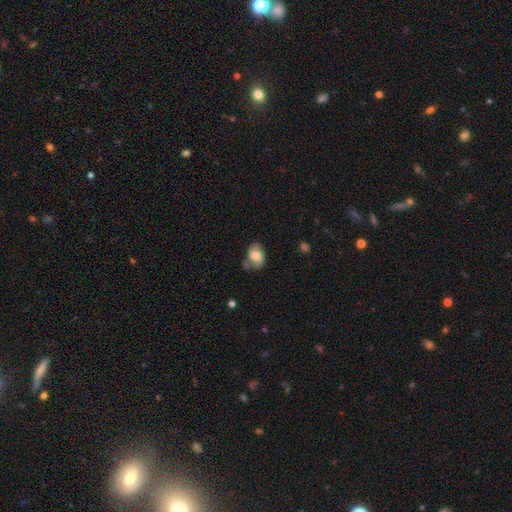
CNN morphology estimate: smooth 69%, featured or disk 23%, star or artifact 8%. Down the decision tree: how rounded — in between (76%); merging — none (49%).